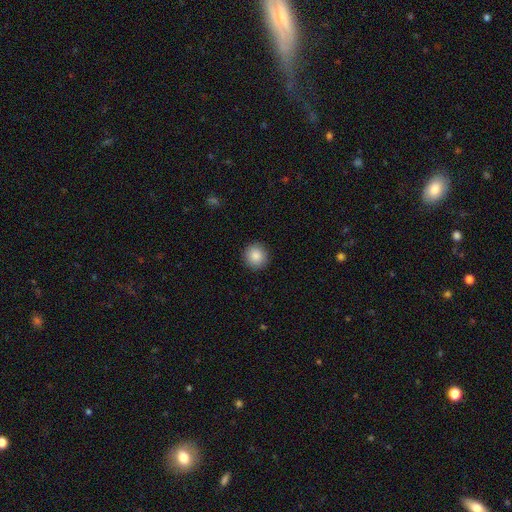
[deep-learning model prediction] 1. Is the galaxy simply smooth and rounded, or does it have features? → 87% smooth, 9% star or artifact, 4% featured or disk.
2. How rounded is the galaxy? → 94% round, 5% in between, 1% cigar-shaped.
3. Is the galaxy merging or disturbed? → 92% none, 5% minor disturbance, 2% major disturbance, 1% merger.